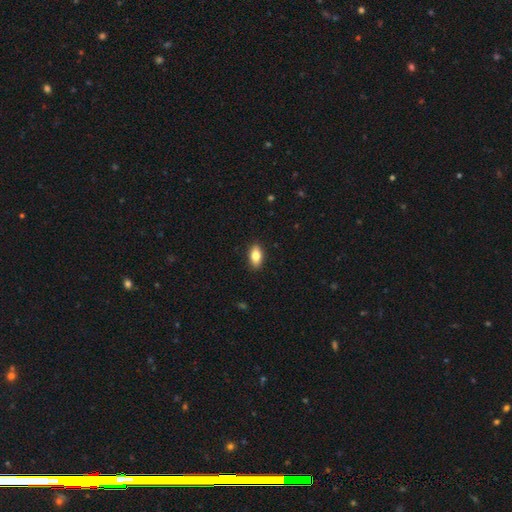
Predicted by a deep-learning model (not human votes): Q: Smooth or featured?
A: smooth (79%); runner-up: featured or disk (13%)
Q: How rounded?
A: in between (89%); runner-up: cigar-shaped (6%)
Q: Merging?
A: none (89%); runner-up: minor disturbance (8%)